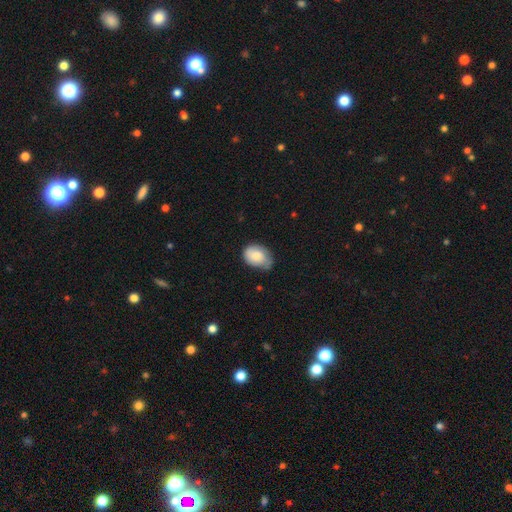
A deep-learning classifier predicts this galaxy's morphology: This appears to be a smooth galaxy with no disk features (77%) that is in between round and cigar-shaped (71%). Merging: none (45%).